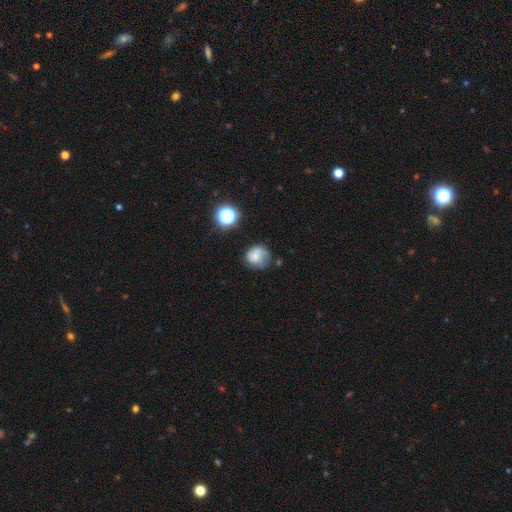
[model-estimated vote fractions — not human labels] Overall: smooth (57%; featured or disk 31%). How rounded: round (79%). Merging: none (56%; minor disturbance 28%).